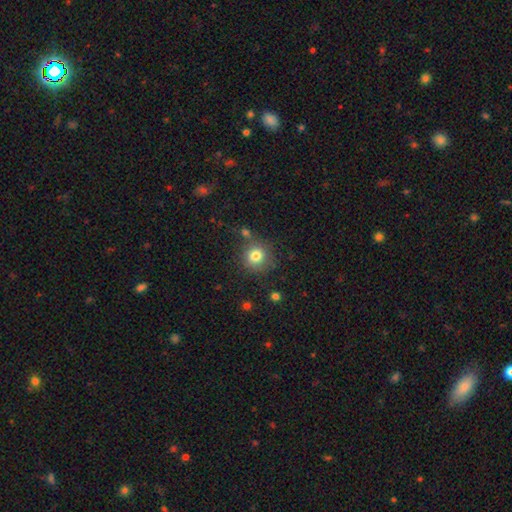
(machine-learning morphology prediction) This appears to be a smooth galaxy with no disk features (81%) that is round (90%). Merging: none (77%).